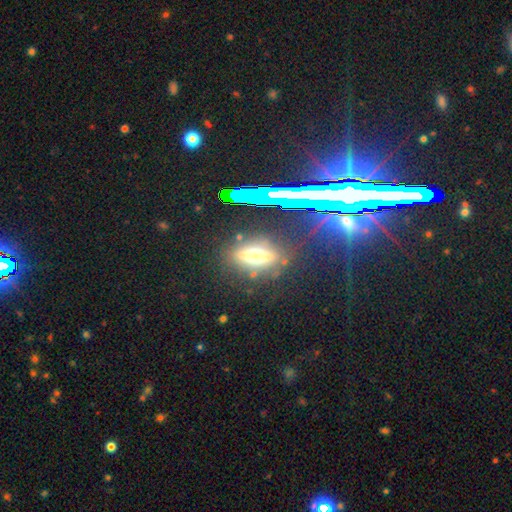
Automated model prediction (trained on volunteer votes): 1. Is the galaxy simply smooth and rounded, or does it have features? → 40% featured or disk, 36% smooth, 24% star or artifact.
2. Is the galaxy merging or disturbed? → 79% none, 12% minor disturbance, 5% major disturbance, 3% merger.